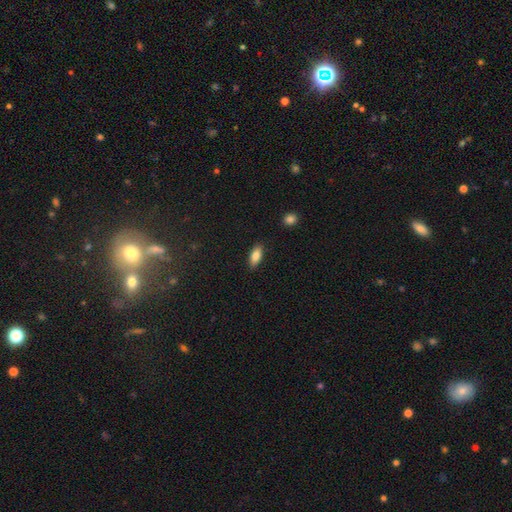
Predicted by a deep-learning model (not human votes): A smooth galaxy with no disk features (83%) that is in between round and cigar-shaped (83%).

Vote fractions:
- Smooth or featured? smooth: 83% / featured or disk: 10% / star or artifact: 7%
- How rounded? in between: 83% / cigar-shaped: 14% / round: 2%
- Merging? none: 87% / minor disturbance: 9% / major disturbance: 2% / merger: 1%